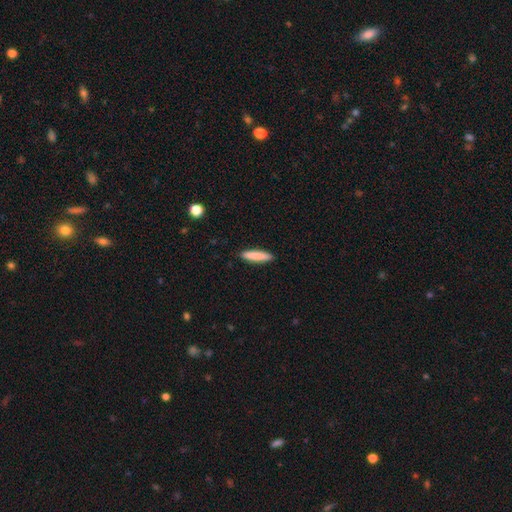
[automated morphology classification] Q: Smooth or featured?
A: smooth (85%); runner-up: featured or disk (9%)
Q: How rounded?
A: cigar-shaped (84%); runner-up: in between (14%)
Q: Merging?
A: none (91%); runner-up: minor disturbance (7%)